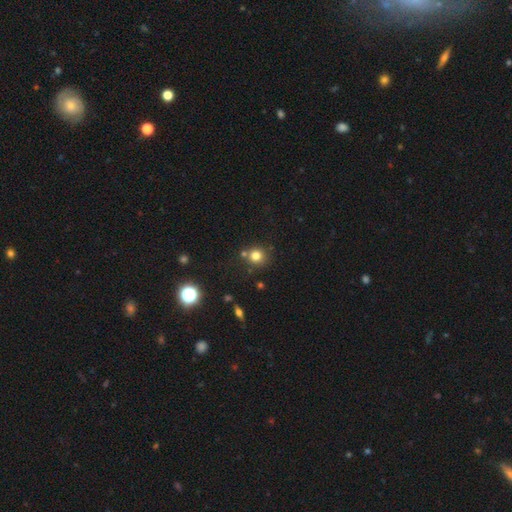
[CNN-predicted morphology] smooth_or_featured: smooth (p=0.77) [alt: star or artifact p=0.15]
how_rounded: round (p=0.91) [alt: in between p=0.08]
merging: none (p=0.73) [alt: merger p=0.15]